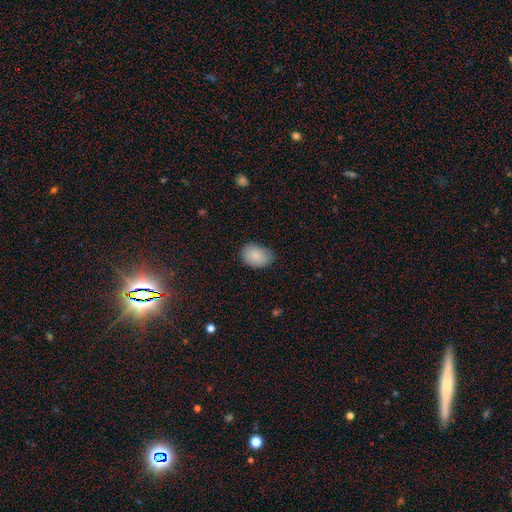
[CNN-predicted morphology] The model was most divided on "merging": none: 72%, minor disturbance: 23%, major disturbance: 4%, merger: 1%. More confident: smooth or featured — smooth (86%); how rounded — in between (75%).